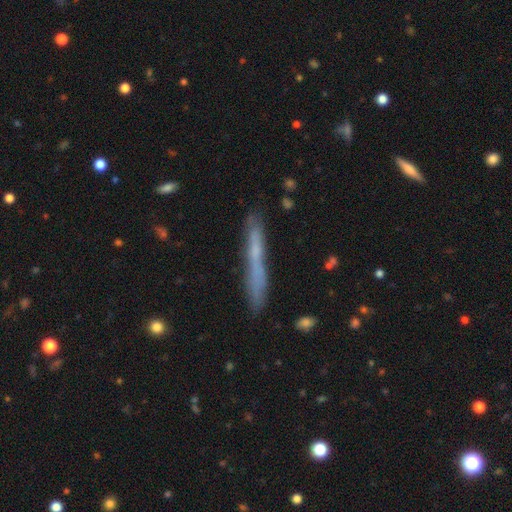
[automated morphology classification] This appears to be a smooth galaxy with no disk features (52%) that is cigar-shaped (96%). Merging: none (80%).